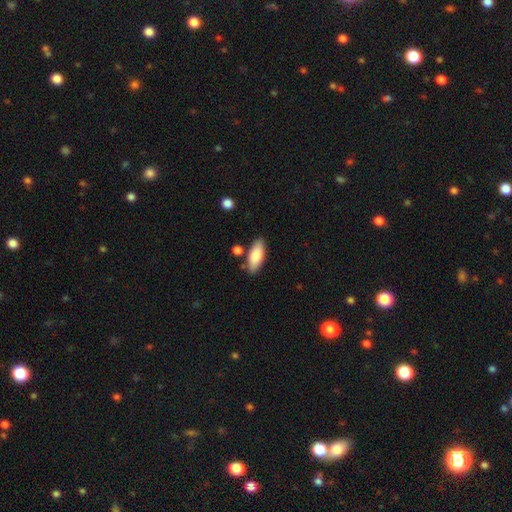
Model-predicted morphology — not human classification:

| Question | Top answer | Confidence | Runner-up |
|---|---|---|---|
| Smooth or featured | smooth | 82% | featured or disk (12%) |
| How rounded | in between | 78% | cigar-shaped (20%) |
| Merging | none | 80% | minor disturbance (12%) |